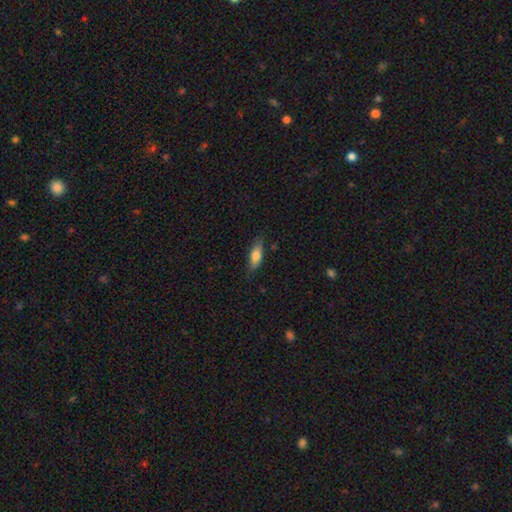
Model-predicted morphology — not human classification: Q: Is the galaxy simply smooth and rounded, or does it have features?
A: smooth — 71%.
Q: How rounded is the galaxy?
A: in between — 62%.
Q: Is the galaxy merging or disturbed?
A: none — 79%.